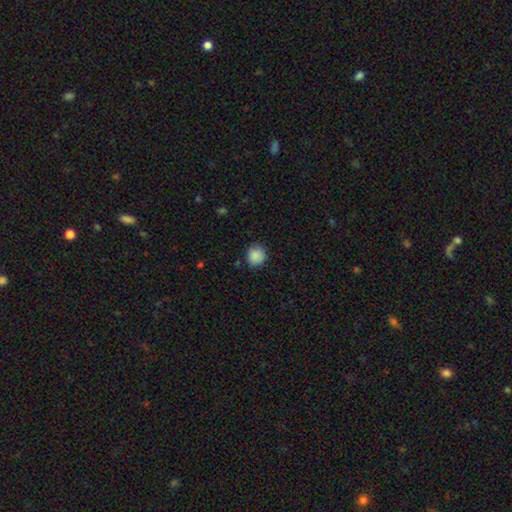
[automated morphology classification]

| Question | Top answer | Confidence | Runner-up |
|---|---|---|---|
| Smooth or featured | smooth | 88% | star or artifact (9%) |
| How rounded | round | 86% | in between (13%) |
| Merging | none | 86% | minor disturbance (10%) |